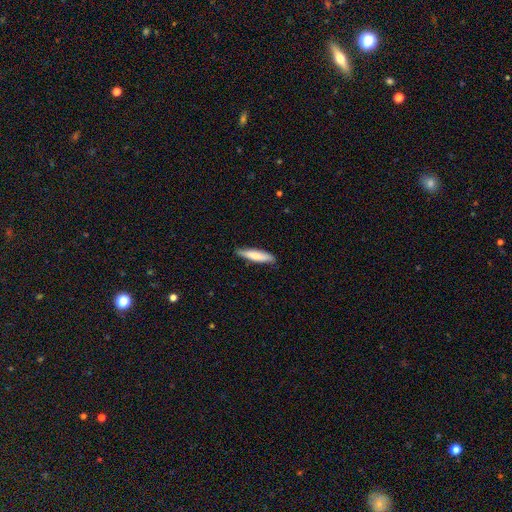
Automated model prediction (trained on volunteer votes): A smooth galaxy with no disk features (76%) that is cigar-shaped (79%). Merging: none (84%).